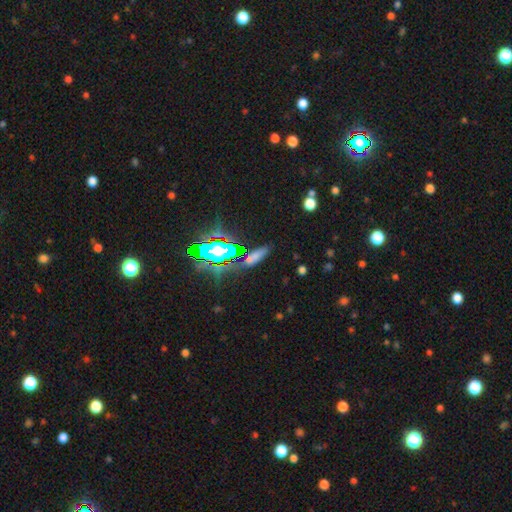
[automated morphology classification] smooth-or-featured: smooth: 52% | star or artifact: 31% | featured or disk: 17%
  how-rounded: in between: 49% | cigar-shaped: 43% | round: 8%
  merging: none: 73% | minor disturbance: 16% | major disturbance: 6% | merger: 5%